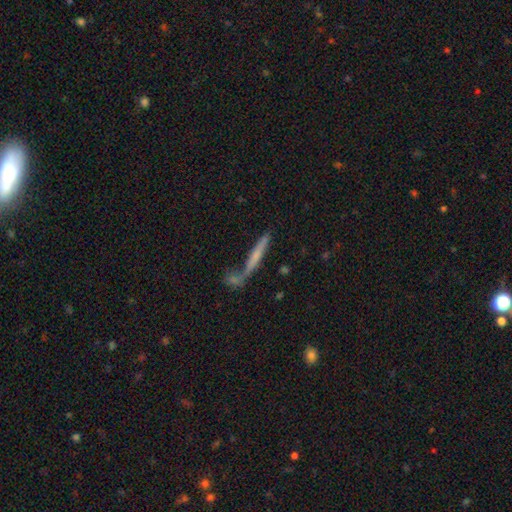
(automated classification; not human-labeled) Smooth or featured: smooth — 47% (featured or disk — 43%)
Merging: none — 52% (merger — 30%)